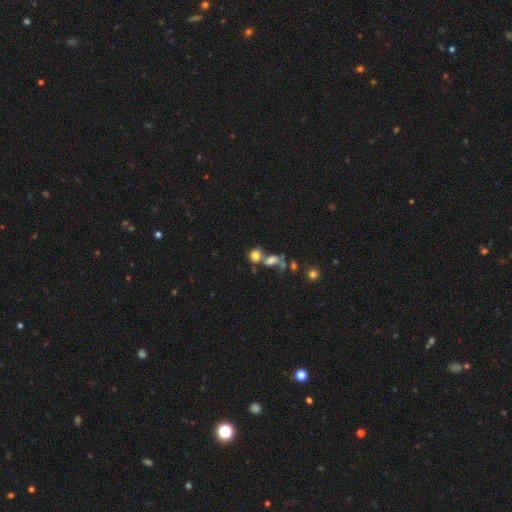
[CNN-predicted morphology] A smooth galaxy with no disk features (71%) that is round (64%).

Vote fractions:
- Smooth or featured? smooth: 71% / star or artifact: 15% / featured or disk: 15%
- How rounded? round: 64% / in between: 34% / cigar-shaped: 2%
- Merging? merger: 48% / none: 32% / minor disturbance: 10% / major disturbance: 10%